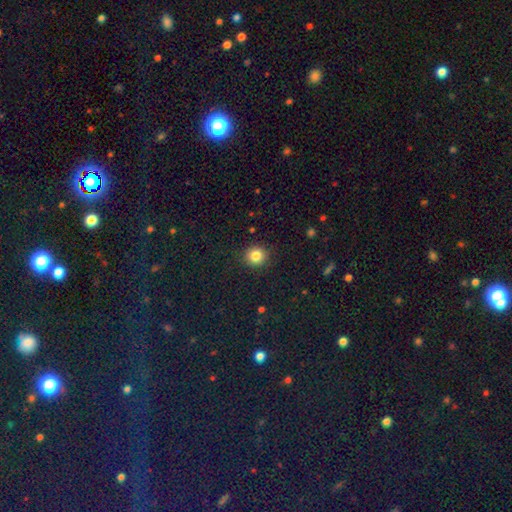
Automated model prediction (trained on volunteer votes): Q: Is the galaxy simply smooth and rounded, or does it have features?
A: smooth — 84%.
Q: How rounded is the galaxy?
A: round — 89%.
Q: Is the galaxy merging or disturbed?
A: none — 91%.